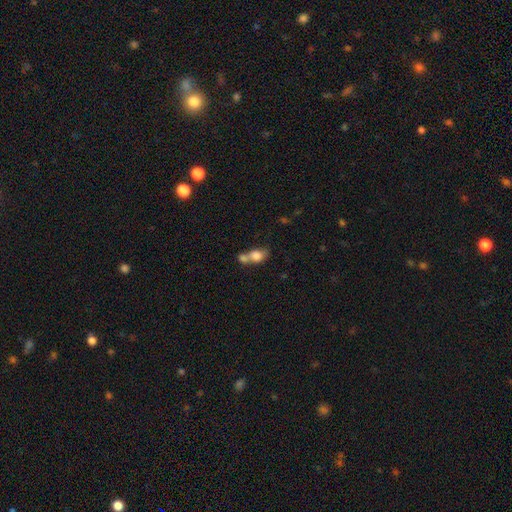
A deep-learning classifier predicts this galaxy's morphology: A smooth galaxy with no disk features (76%) that is in between round and cigar-shaped (62%).

Vote fractions:
- Smooth or featured? smooth: 76% / featured or disk: 15% / star or artifact: 9%
- How rounded? in between: 62% / round: 35% / cigar-shaped: 4%
- Merging? merger: 68% / none: 19% / minor disturbance: 8% / major disturbance: 6%